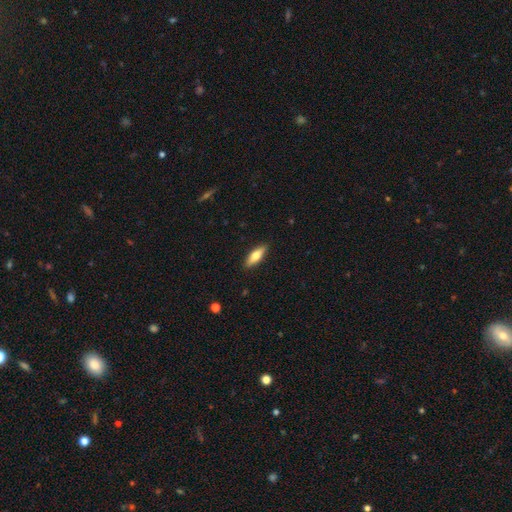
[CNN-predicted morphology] Overall: smooth (68%). How rounded: in between (55%; cigar-shaped 43%). Merging: none (89%).